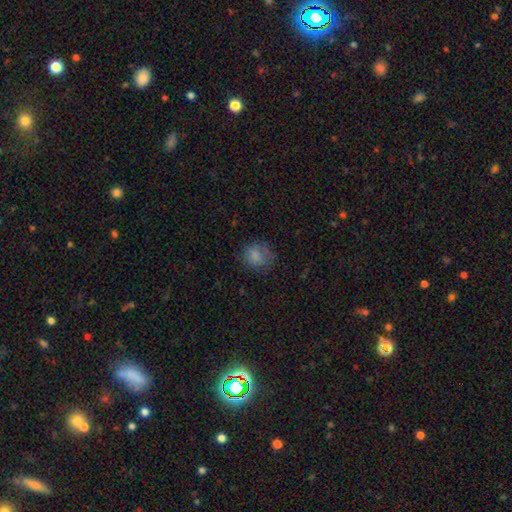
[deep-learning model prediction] smooth 78%, featured or disk 11%, star or artifact 11%. Down the decision tree: how rounded — round (74%); merging — none (67%).